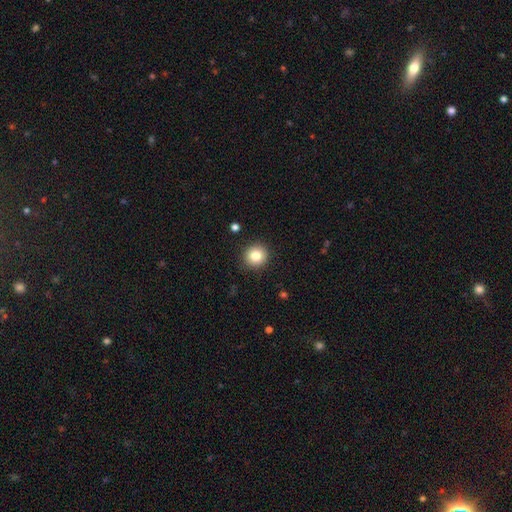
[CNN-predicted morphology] smooth 82%, star or artifact 10%, featured or disk 8%. Down the decision tree: how rounded — round (93%); merging — none (91%).